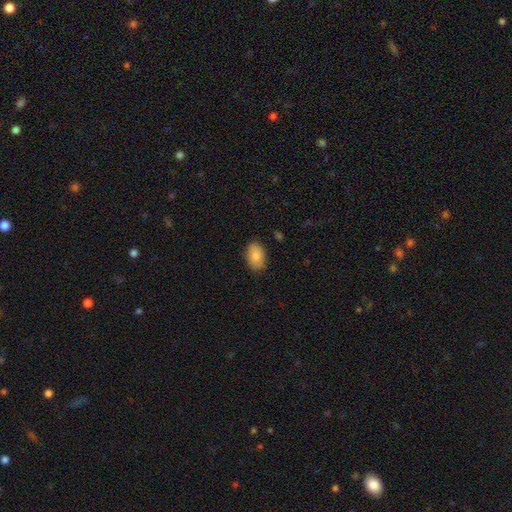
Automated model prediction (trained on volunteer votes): This appears to be a smooth galaxy with no disk features (87%) that is in between round and cigar-shaped (90%). Merging: none (83%).